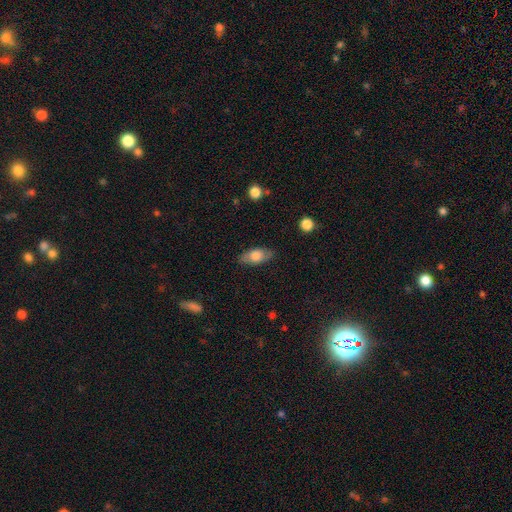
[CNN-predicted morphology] Smooth or featured? smooth (69%)
How rounded? in between (87%)
Merging? none (81%)